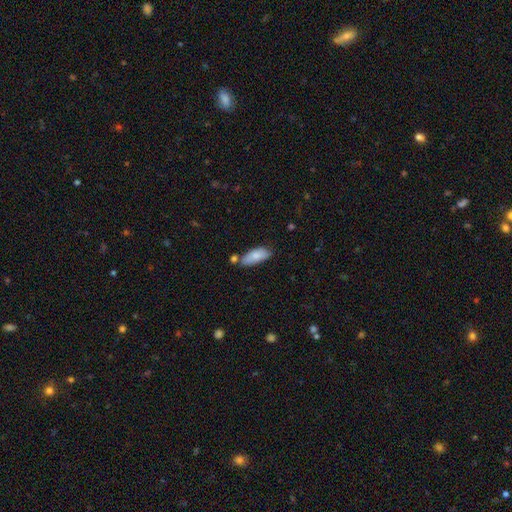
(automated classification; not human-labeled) The model was most divided on "merging": none: 63%, minor disturbance: 21%, merger: 12%, major disturbance: 4%. More confident: smooth or featured — smooth (82%); how rounded — in between (80%).